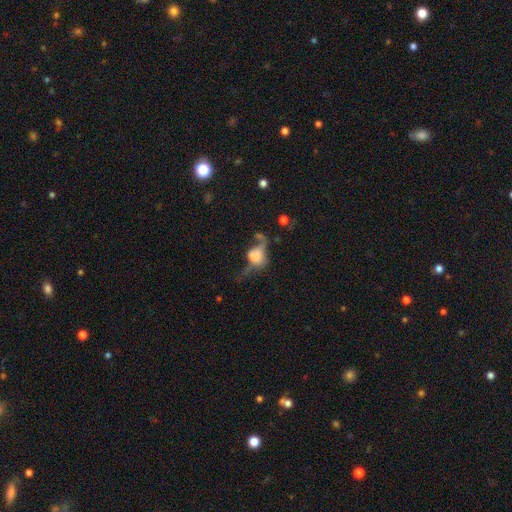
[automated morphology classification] smooth-or-featured: smooth: 51% | featured or disk: 36% | star or artifact: 13%
  how-rounded: in between: 58% | round: 38% | cigar-shaped: 4%
  merging: major disturbance: 41% | none: 24% | minor disturbance: 18% | merger: 17%